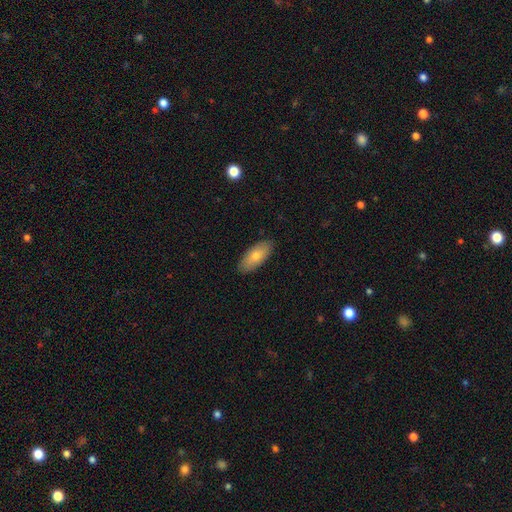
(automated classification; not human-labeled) Overall: smooth (73%). How rounded: in between (84%). Merging: none (89%).